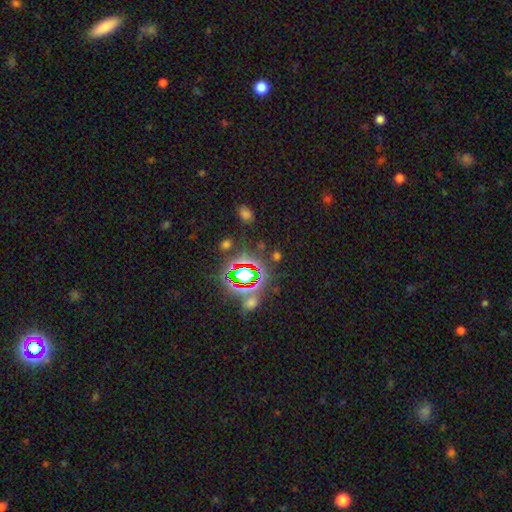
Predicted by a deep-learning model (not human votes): smooth_or_featured: star or artifact (p=0.80) [alt: smooth p=0.12]